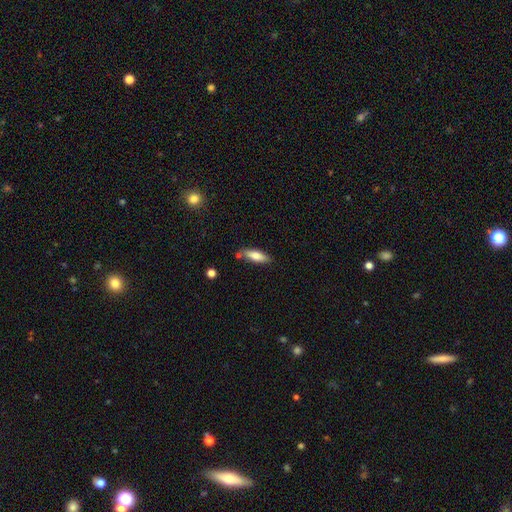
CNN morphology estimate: The model was most divided on "how rounded": cigar-shaped: 50%, in between: 48%, round: 2%. More confident: smooth or featured — smooth (74%); merging — none (74%).